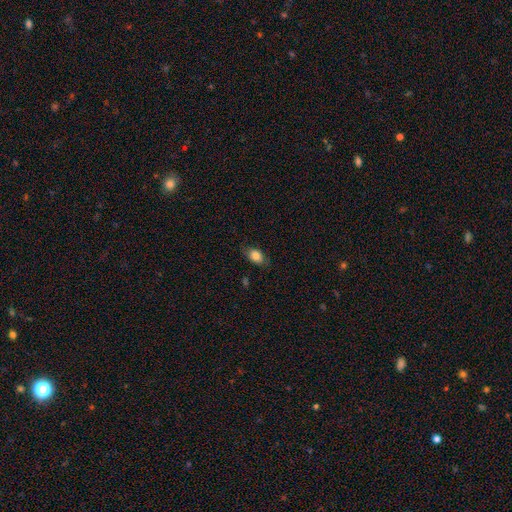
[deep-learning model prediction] smooth_or_featured: smooth (p=0.82) [alt: featured or disk p=0.10]
how_rounded: in between (p=0.82) [alt: round p=0.15]
merging: none (p=0.77) [alt: minor disturbance p=0.17]